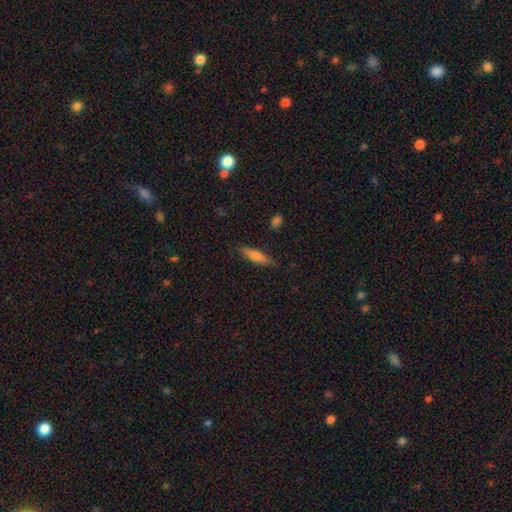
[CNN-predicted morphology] The model was most divided on "smooth or featured": smooth: 62%, featured or disk: 31%, star or artifact: 7%. More confident: merging — none (83%); how rounded — cigar-shaped (72%).